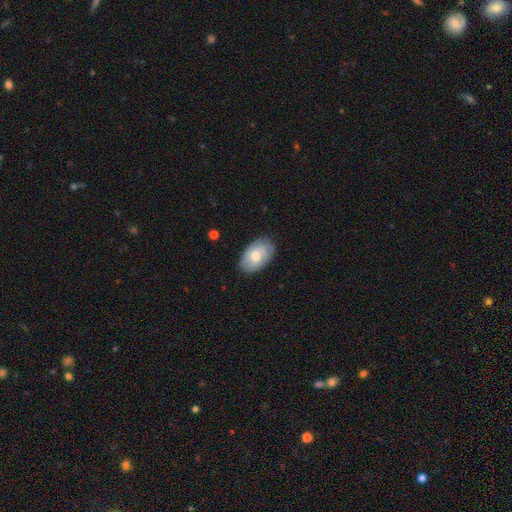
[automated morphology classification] A smooth galaxy with no disk features (56%) that is in between round and cigar-shaped (91%). Merging: none (79%).